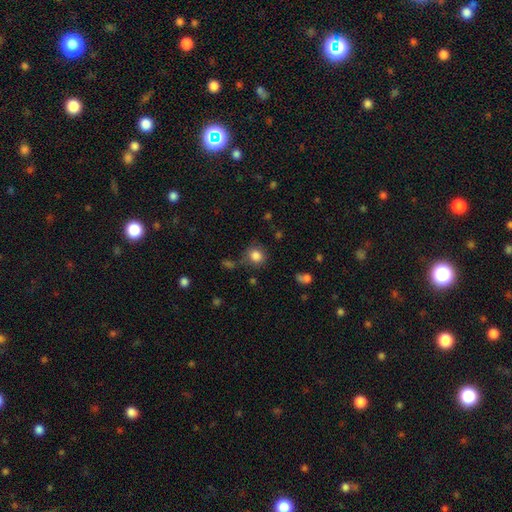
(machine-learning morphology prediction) A smooth galaxy with no disk features (84%) that is round (80%). Merging: none (73%).